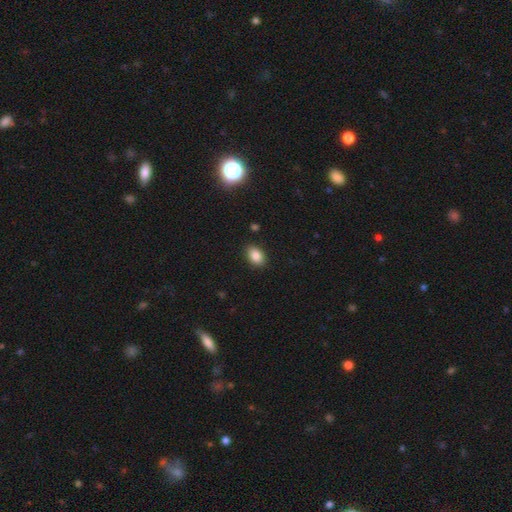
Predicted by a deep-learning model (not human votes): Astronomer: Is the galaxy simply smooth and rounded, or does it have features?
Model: smooth — 85%.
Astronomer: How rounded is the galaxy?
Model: in between — 82%.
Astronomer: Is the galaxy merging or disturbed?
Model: none — 88%.